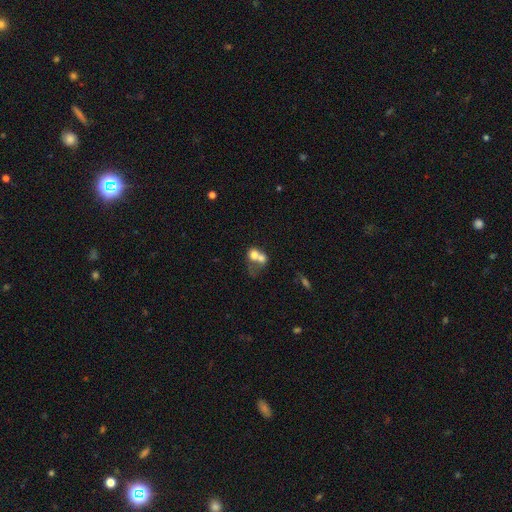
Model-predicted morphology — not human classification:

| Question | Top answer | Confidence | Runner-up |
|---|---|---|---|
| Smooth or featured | smooth | 63% | featured or disk (26%) |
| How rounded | round | 58% | in between (40%) |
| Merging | merger | 70% | none (16%) |